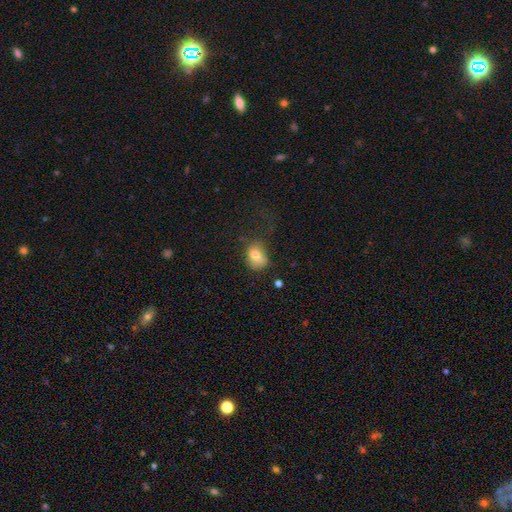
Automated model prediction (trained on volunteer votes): smooth 78%, featured or disk 12%, star or artifact 10%. Down the decision tree: how rounded — in between (60%); merging — none (48%).